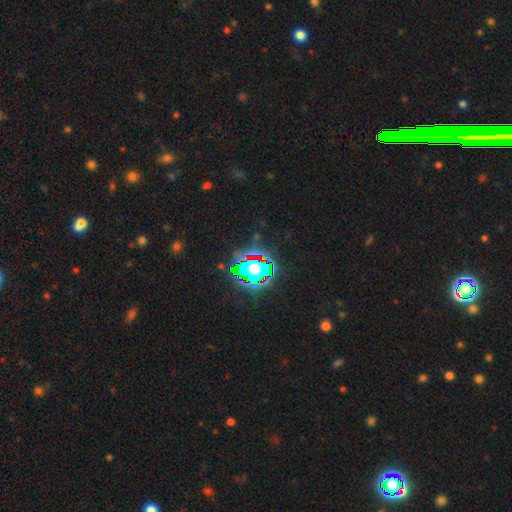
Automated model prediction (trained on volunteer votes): Overall: star or artifact (81%).